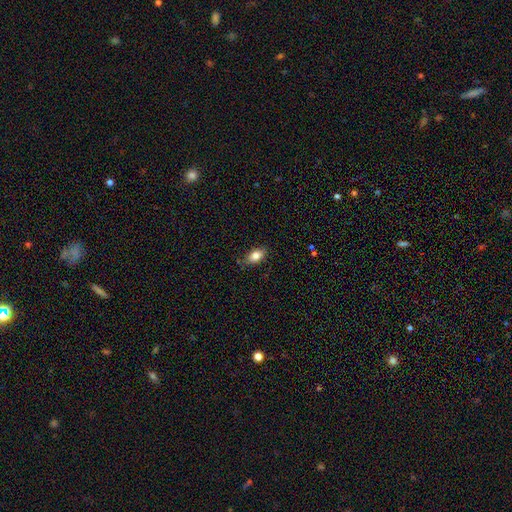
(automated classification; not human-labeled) A smooth galaxy with no disk features (83%) that is in between round and cigar-shaped (88%).

Vote fractions:
- Smooth or featured? smooth: 83% / featured or disk: 9% / star or artifact: 8%
- How rounded? in between: 88% / round: 7% / cigar-shaped: 5%
- Merging? none: 80% / minor disturbance: 16% / major disturbance: 3% / merger: 1%